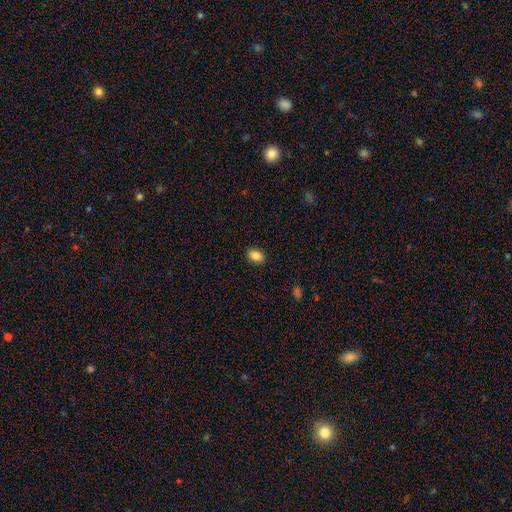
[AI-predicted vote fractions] Smooth or featured?
  - smooth: 85% *
  - star or artifact: 9%
  - featured or disk: 6%
How rounded?
  - in between: 80% *
  - round: 19%
  - cigar-shaped: 1%
Merging?
  - none: 89% *
  - minor disturbance: 8%
  - major disturbance: 2%
  - merger: 1%